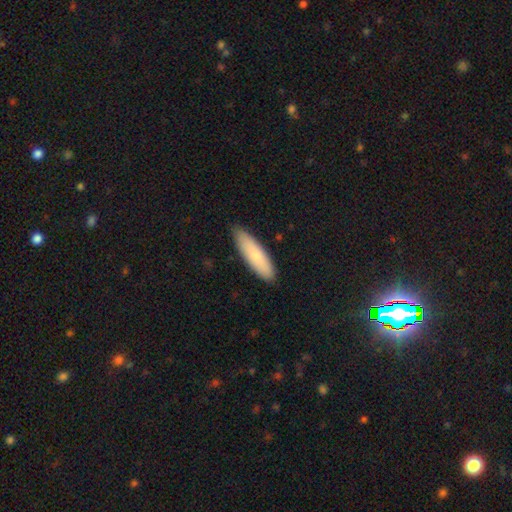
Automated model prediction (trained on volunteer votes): A smooth galaxy with no disk features (79%) that is cigar-shaped (56%).

Vote fractions:
- Smooth or featured? smooth: 79% / featured or disk: 16% / star or artifact: 6%
- How rounded? cigar-shaped: 56% / in between: 42% / round: 2%
- Merging? none: 86% / minor disturbance: 11% / major disturbance: 2% / merger: 1%